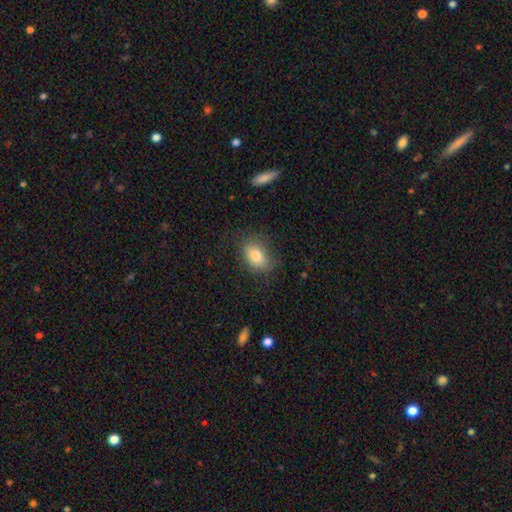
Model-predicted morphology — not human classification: smooth_or_featured: smooth (p=0.82) [alt: featured or disk p=0.09]
how_rounded: in between (p=0.78) [alt: round p=0.21]
merging: none (p=0.74) [alt: minor disturbance p=0.18]